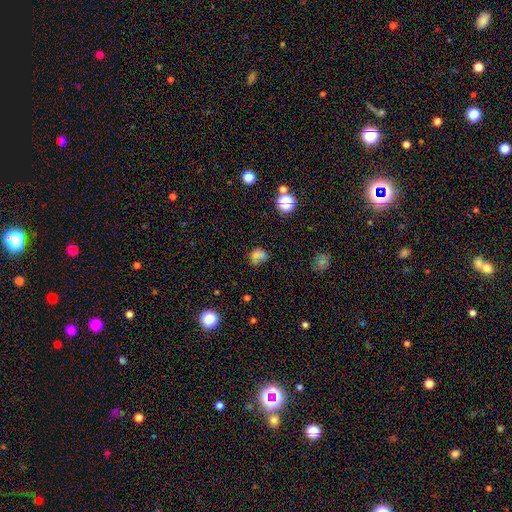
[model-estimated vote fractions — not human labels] Q: Smooth or featured?
A: smooth (64%); runner-up: star or artifact (22%)
Q: How rounded?
A: in between (50%); runner-up: round (49%)
Q: Merging?
A: none (46%); runner-up: merger (22%)